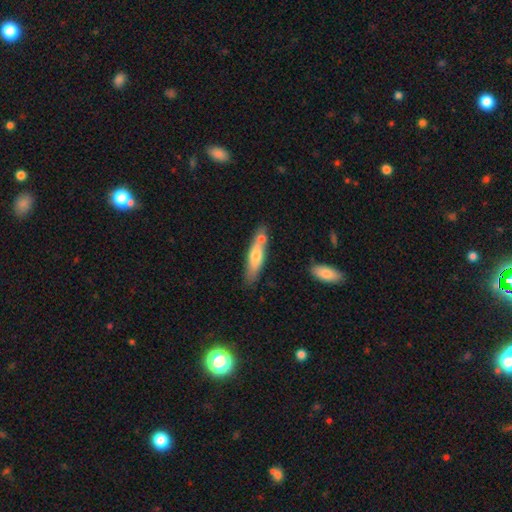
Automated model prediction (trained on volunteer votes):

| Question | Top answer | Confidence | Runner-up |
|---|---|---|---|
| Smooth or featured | smooth | 62% | featured or disk (32%) |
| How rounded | cigar-shaped | 70% | in between (28%) |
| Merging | none | 59% | merger (22%) |